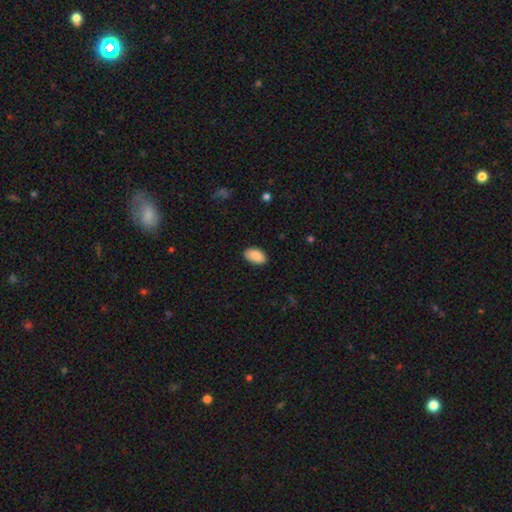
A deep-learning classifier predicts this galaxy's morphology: smooth-or-featured: smooth: 90% | star or artifact: 6% | featured or disk: 4%
  how-rounded: in between: 94% | round: 4% | cigar-shaped: 1%
  merging: none: 85% | minor disturbance: 12% | major disturbance: 2% | merger: 1%